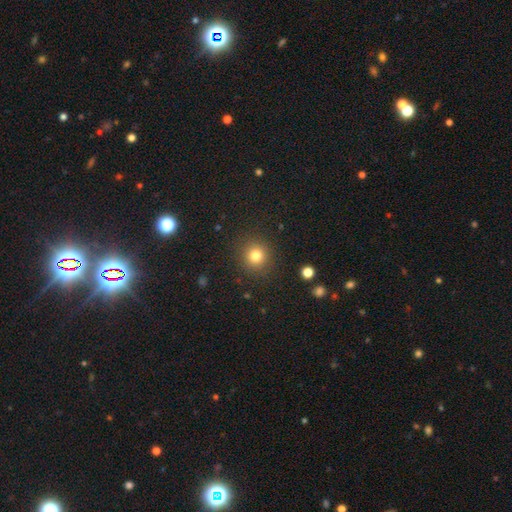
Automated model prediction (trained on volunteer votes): Morphology: type=smooth (80%); roundness=round (91%); merging=none (89%).